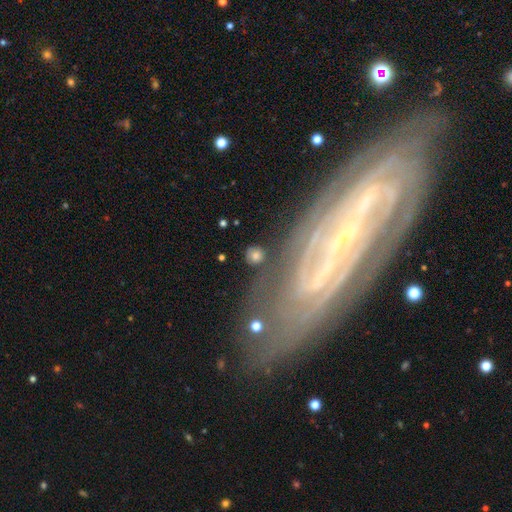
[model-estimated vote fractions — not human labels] Overall: smooth (69%). How rounded: round (88%). Merging: none (81%).